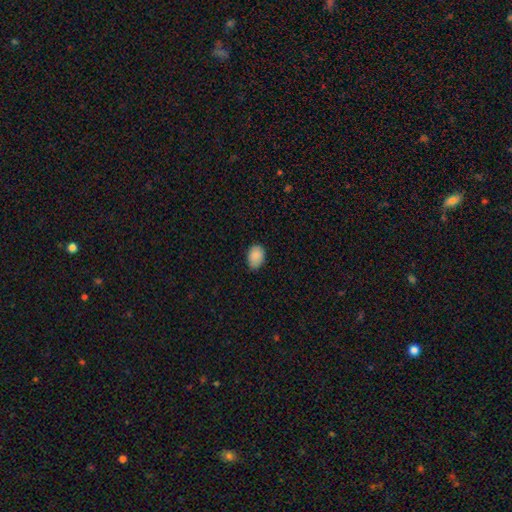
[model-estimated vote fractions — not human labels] This appears to be a smooth galaxy with no disk features (89%) that is in between round and cigar-shaped (81%). Merging: none (77%).